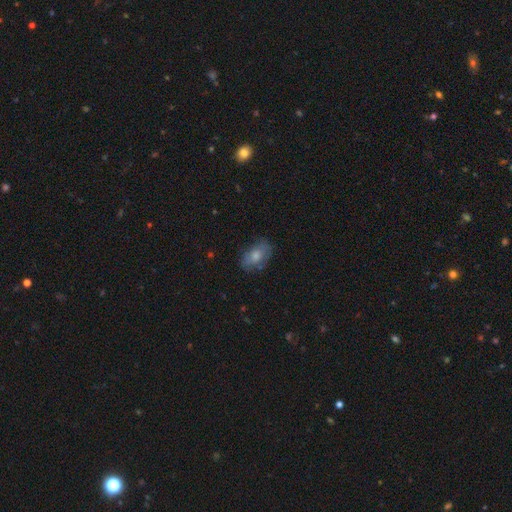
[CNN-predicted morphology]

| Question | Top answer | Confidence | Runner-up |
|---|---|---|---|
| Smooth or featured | smooth | 69% | featured or disk (23%) |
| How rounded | in between | 90% | round (8%) |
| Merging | none | 69% | minor disturbance (22%) |